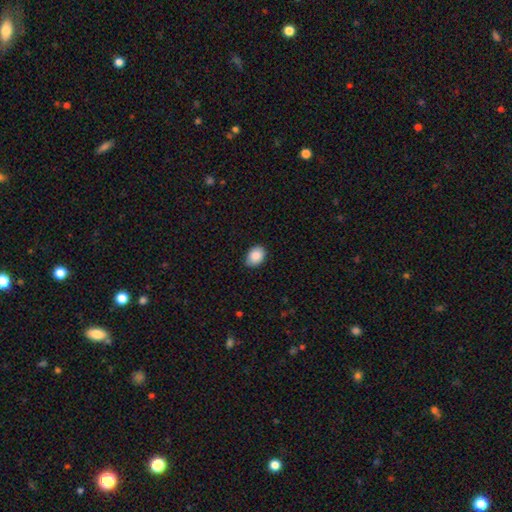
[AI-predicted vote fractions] smooth 89%, star or artifact 7%, featured or disk 4%. Down the decision tree: how rounded — in between (71%); merging — none (81%).